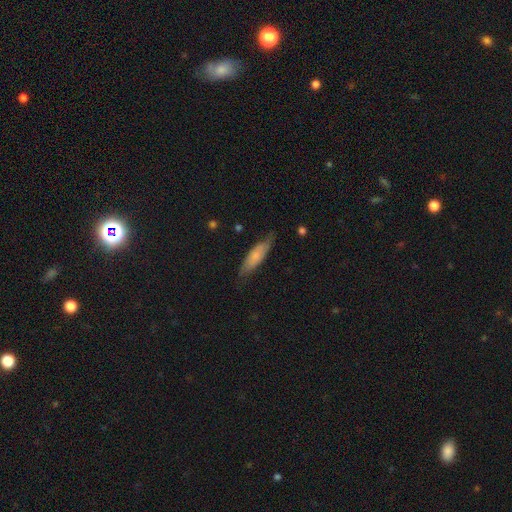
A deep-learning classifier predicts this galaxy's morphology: Q: Smooth or featured?
A: smooth (70%); runner-up: featured or disk (24%)
Q: How rounded?
A: cigar-shaped (59%); runner-up: in between (39%)
Q: Merging?
A: none (73%); runner-up: minor disturbance (22%)